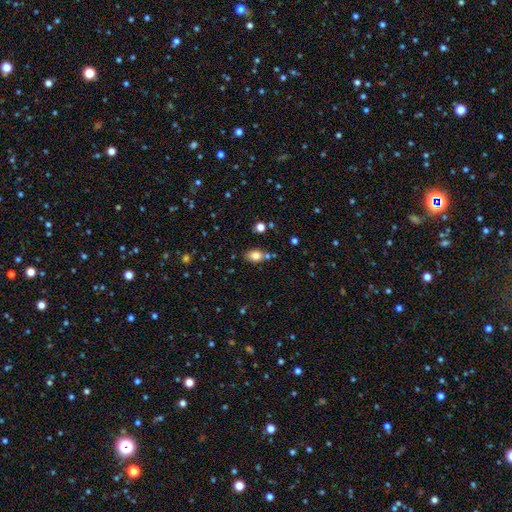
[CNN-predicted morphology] type=smooth (81%); roundness=in between (71%); merging=none (71%).